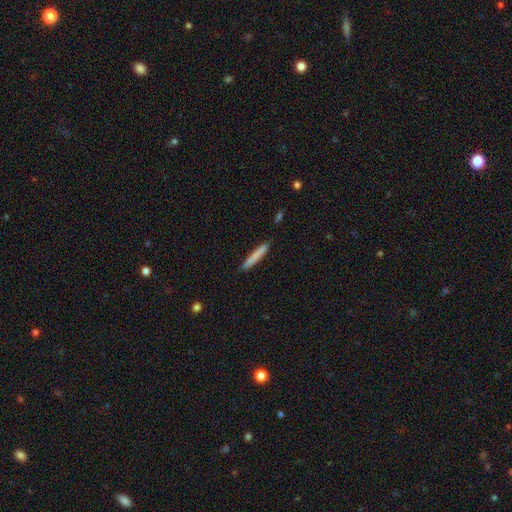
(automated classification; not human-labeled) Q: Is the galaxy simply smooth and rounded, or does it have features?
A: smooth — 79%.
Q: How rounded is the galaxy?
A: cigar-shaped — 95%.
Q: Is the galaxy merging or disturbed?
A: none — 88%.